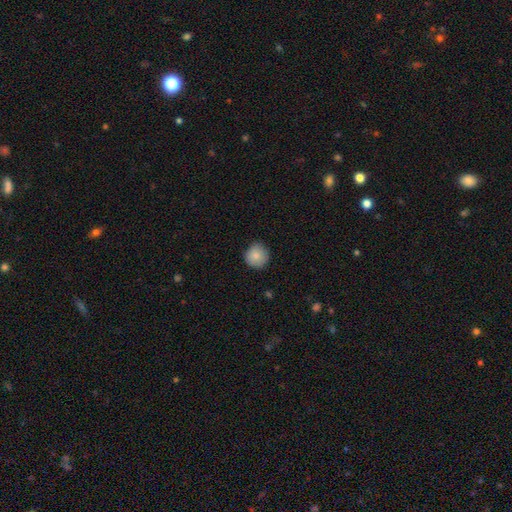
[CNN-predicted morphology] This is clearly a smooth galaxy (85%). How rounded: clearly round (93%). Merging: clearly none (82%).